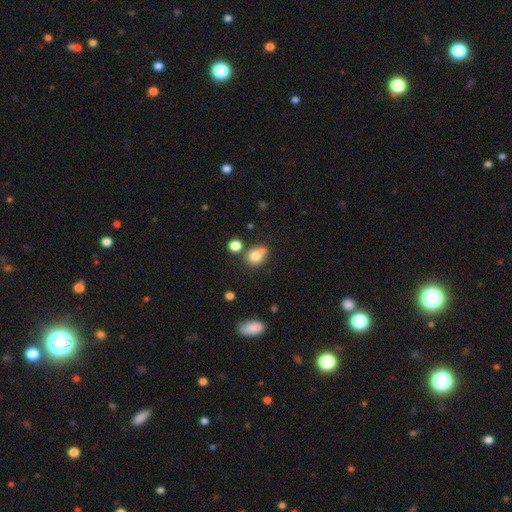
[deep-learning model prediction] Morphology: type=smooth (75%); roundness=round (62%); merging=none (43%).